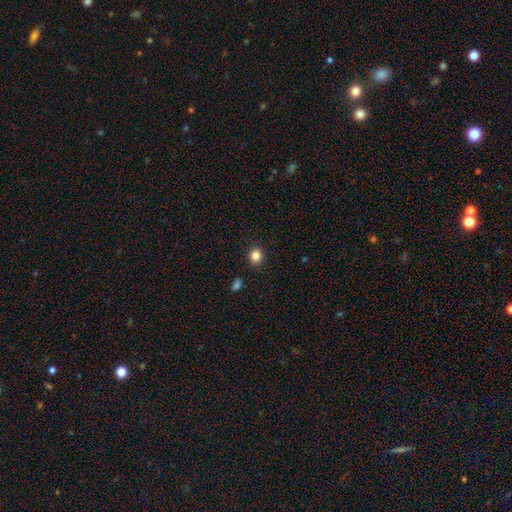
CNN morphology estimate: Q: Smooth or featured?
A: smooth (84%); runner-up: star or artifact (11%)
Q: How rounded?
A: round (75%); runner-up: in between (24%)
Q: Merging?
A: none (90%); runner-up: minor disturbance (7%)